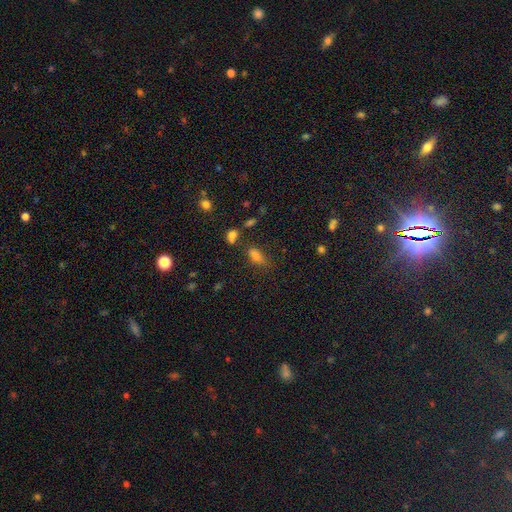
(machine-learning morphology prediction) smooth_or_featured: smooth (p=0.74) [alt: star or artifact p=0.19]
how_rounded: in between (p=0.75) [alt: cigar-shaped p=0.18]
merging: none (p=0.63) [alt: minor disturbance p=0.19]